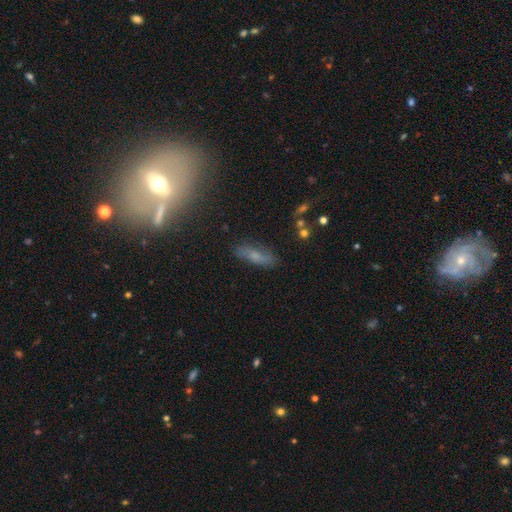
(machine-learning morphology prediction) smooth-or-featured: smooth: 58% | featured or disk: 29% | star or artifact: 13%
  how-rounded: in between: 52% | cigar-shaped: 44% | round: 4%
  merging: none: 78% | minor disturbance: 15% | major disturbance: 4% | merger: 2%